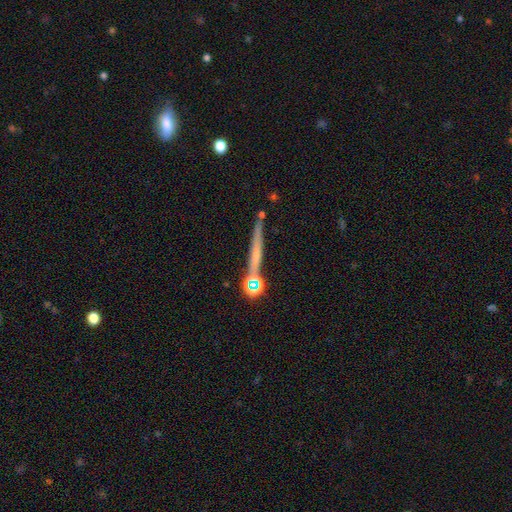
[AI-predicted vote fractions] Smooth or featured?
  - featured or disk: 46% *
  - smooth: 40%
  - star or artifact: 14%
Merging?
  - none: 77% *
  - minor disturbance: 11%
  - merger: 8%
  - major disturbance: 4%